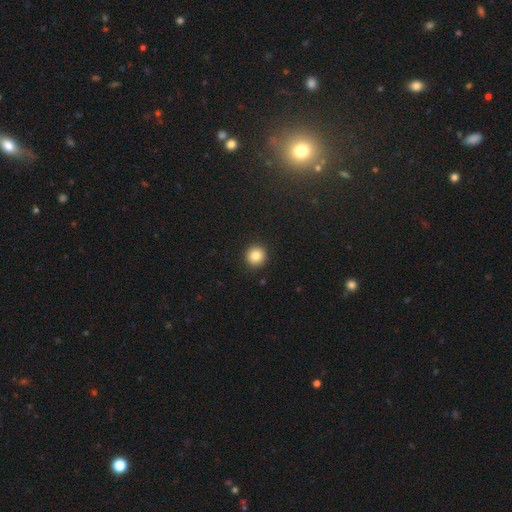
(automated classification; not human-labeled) Smooth or featured? smooth (85%)
How rounded? round (94%)
Merging? none (93%)